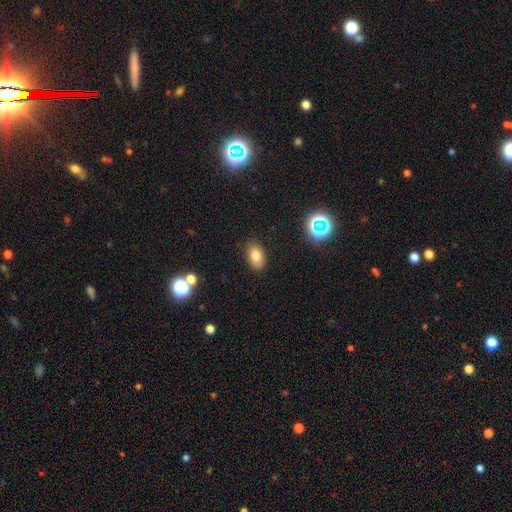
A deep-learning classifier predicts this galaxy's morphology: smooth 80%, star or artifact 12%, featured or disk 8%. Down the decision tree: how rounded — in between (89%); merging — none (86%).